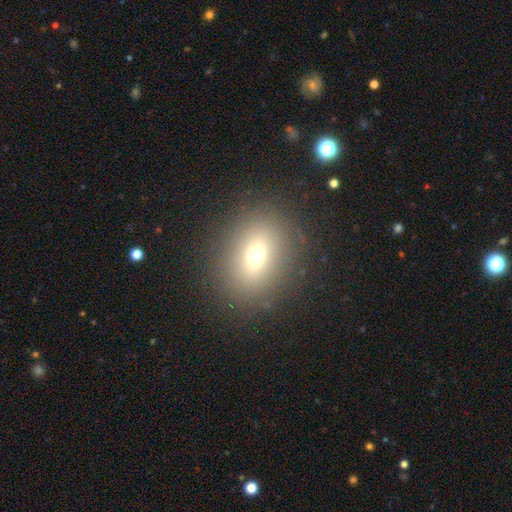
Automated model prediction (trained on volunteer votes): Overall: smooth (67%). How rounded: in between (53%; round 44%). Merging: none (86%).